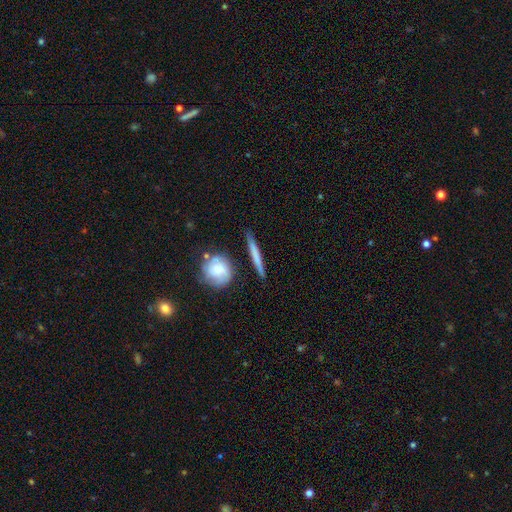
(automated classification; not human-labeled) smooth 54%, featured or disk 41%, star or artifact 6%. Down the decision tree: how rounded — cigar-shaped (90%); merging — none (82%).